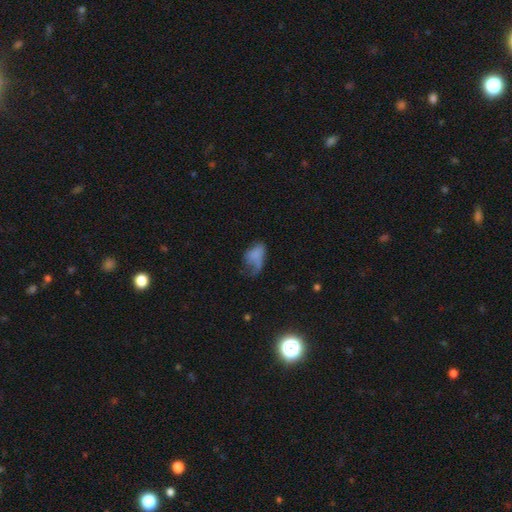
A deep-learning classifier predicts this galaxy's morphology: type=smooth (63%); roundness=in between (89%); merging=major disturbance (49%).